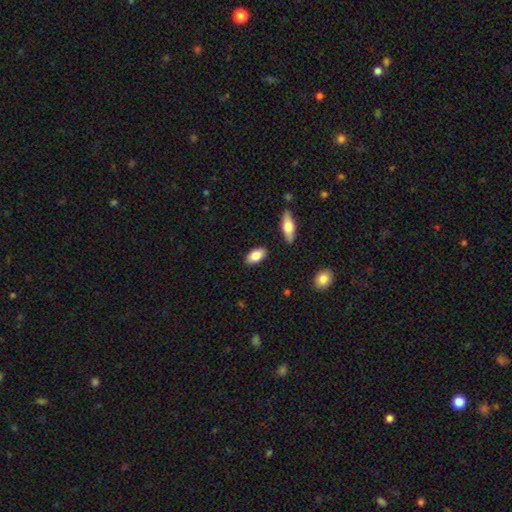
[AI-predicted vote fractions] A smooth galaxy with no disk features (83%) that is in between round and cigar-shaped (92%). Merging: none (87%).